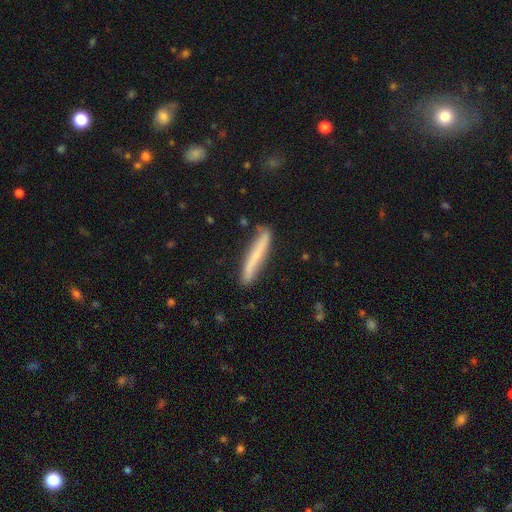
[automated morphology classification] Smooth or featured?
  - smooth: 56% *
  - featured or disk: 38%
  - star or artifact: 6%
How rounded?
  - cigar-shaped: 94% *
  - in between: 4%
  - round: 1%
Merging?
  - none: 83% *
  - minor disturbance: 13%
  - major disturbance: 2%
  - merger: 2%